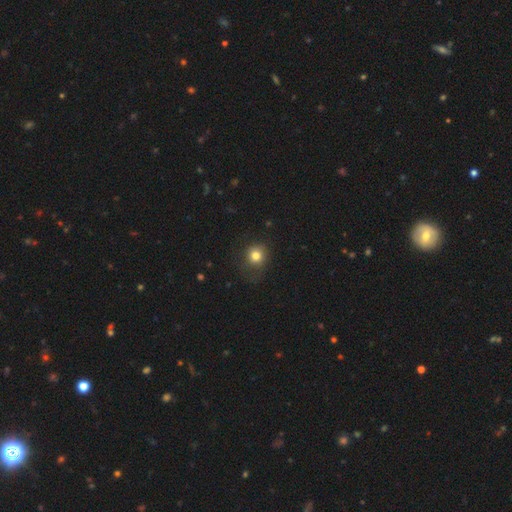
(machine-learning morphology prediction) smooth_or_featured: smooth (p=0.79) [alt: star or artifact p=0.12]
how_rounded: round (p=0.82) [alt: in between p=0.18]
merging: none (p=0.66) [alt: minor disturbance p=0.22]